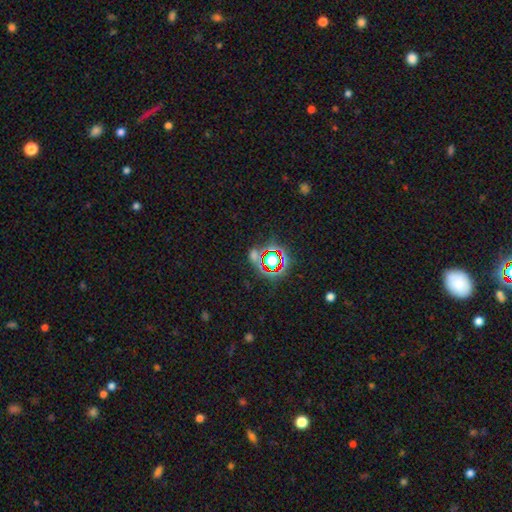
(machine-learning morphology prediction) This appears to be a star or artifact, not a galaxy (71%).